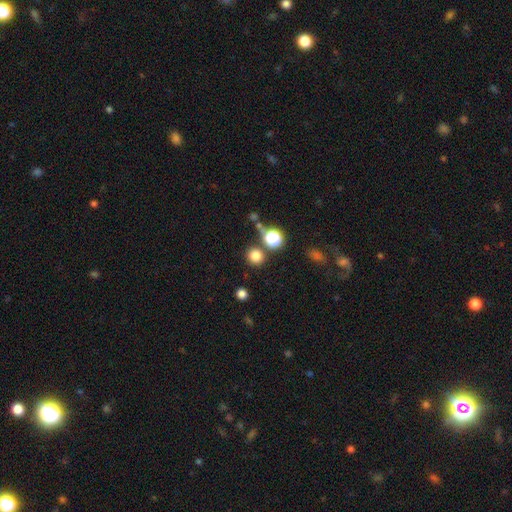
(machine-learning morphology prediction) This appears to be a smooth galaxy with no disk features (78%) that is round (90%). Merging: none (80%).